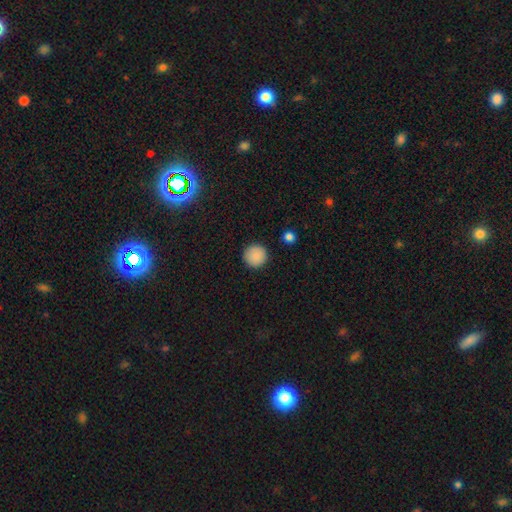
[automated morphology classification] smooth_or_featured: smooth (p=0.88) [alt: star or artifact p=0.08]
how_rounded: round (p=0.96) [alt: in between p=0.03]
merging: none (p=0.92) [alt: minor disturbance p=0.05]